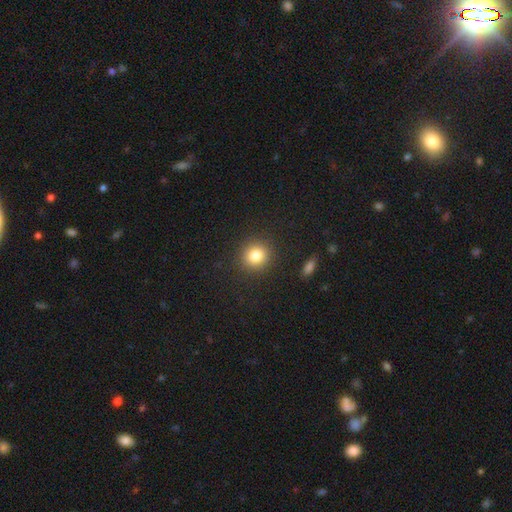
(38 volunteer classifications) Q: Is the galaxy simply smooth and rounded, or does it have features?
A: smooth — 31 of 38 (82%).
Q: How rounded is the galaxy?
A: round — 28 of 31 (90%).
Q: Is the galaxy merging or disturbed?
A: none — 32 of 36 (89%).